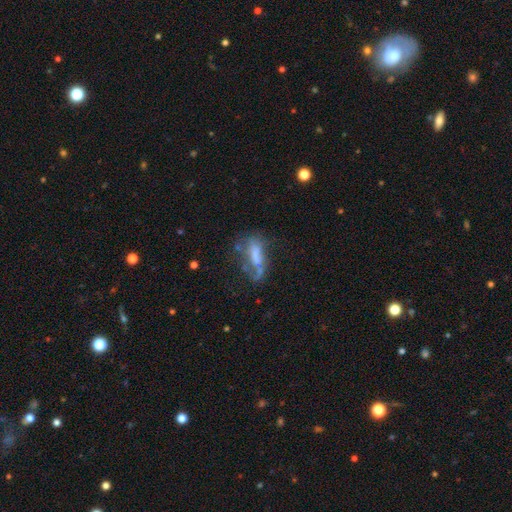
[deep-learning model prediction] This is possibly a featured or disk galaxy (47%). Merging: marginally major disturbance (36%).